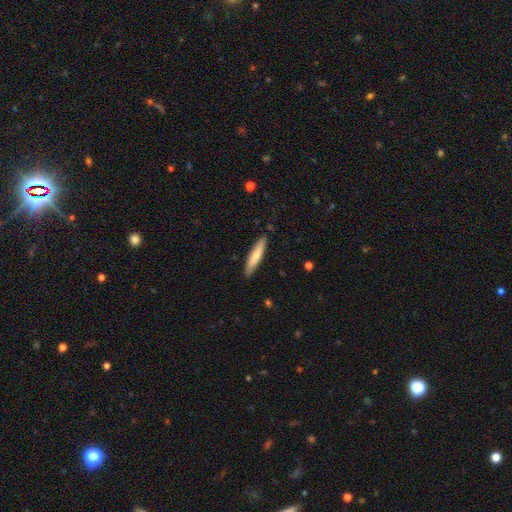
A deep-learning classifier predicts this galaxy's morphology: The model was most divided on "smooth or featured": smooth: 69%, featured or disk: 25%, star or artifact: 5%. More confident: merging — none (88%); how rounded — cigar-shaped (88%).